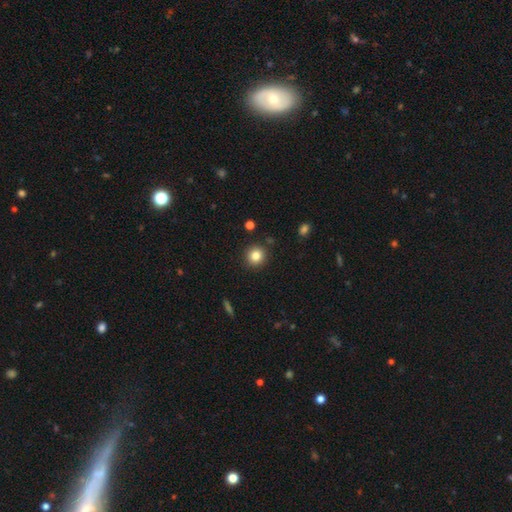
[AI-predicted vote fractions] Smooth or featured? Predicted: smooth (p=0.83). How rounded? Predicted: round (p=0.93). Merging? Predicted: none (p=0.90).